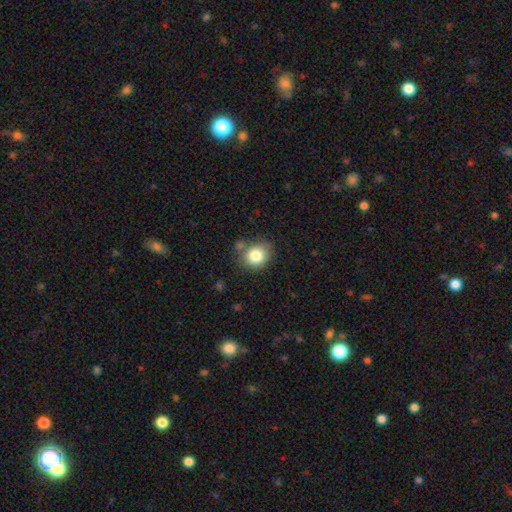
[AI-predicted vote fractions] Smooth or featured: smooth — 82% (star or artifact — 10%)
How rounded: round — 64% (in between — 35%)
Merging: none — 72% (minor disturbance — 16%)